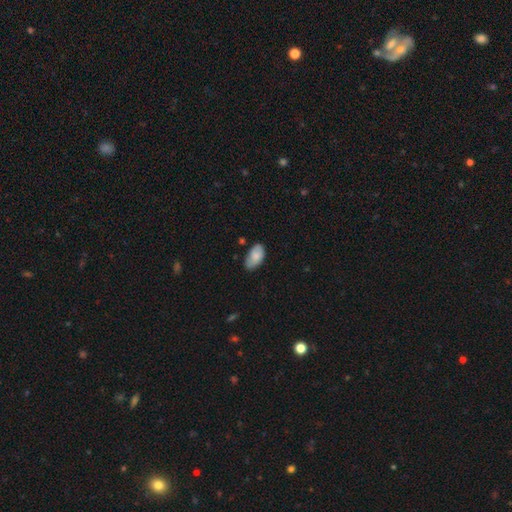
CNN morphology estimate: Q: Smooth or featured?
A: smooth (77%); runner-up: featured or disk (16%)
Q: How rounded?
A: in between (95%); runner-up: round (3%)
Q: Merging?
A: none (62%); runner-up: minor disturbance (31%)